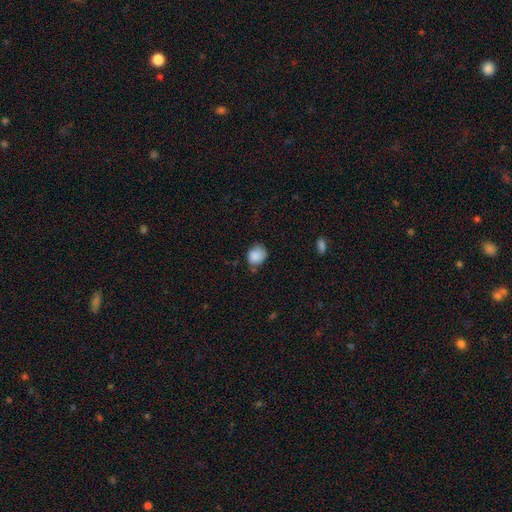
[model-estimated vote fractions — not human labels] This appears to be a smooth galaxy with no disk features (85%) that is round (64%). Merging: none (54%).